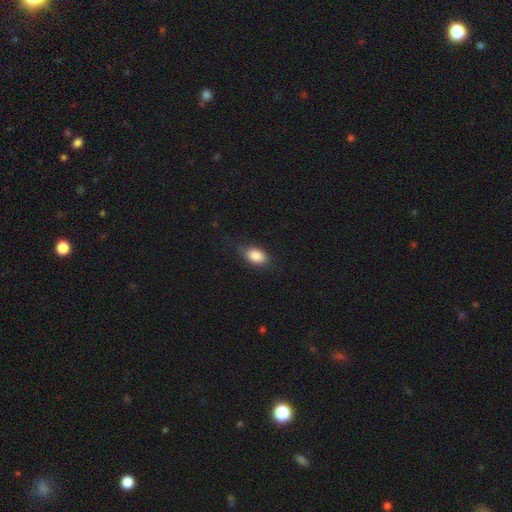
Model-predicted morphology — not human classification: This is clearly a smooth galaxy (86%). How rounded: clearly in between (88%). Merging: likely none (73%).